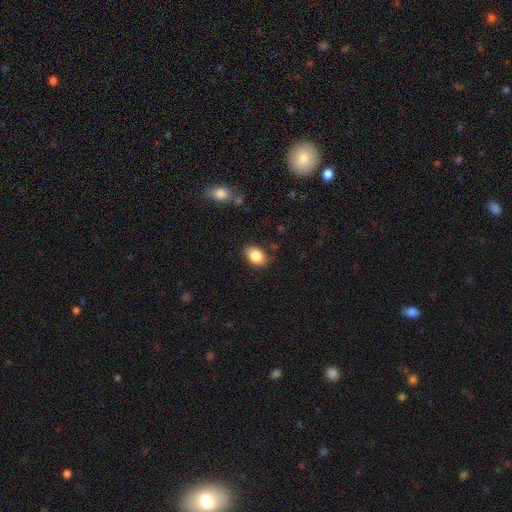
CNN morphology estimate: This is clearly a smooth galaxy (86%). How rounded: clearly in between (82%). Merging: clearly none (84%).